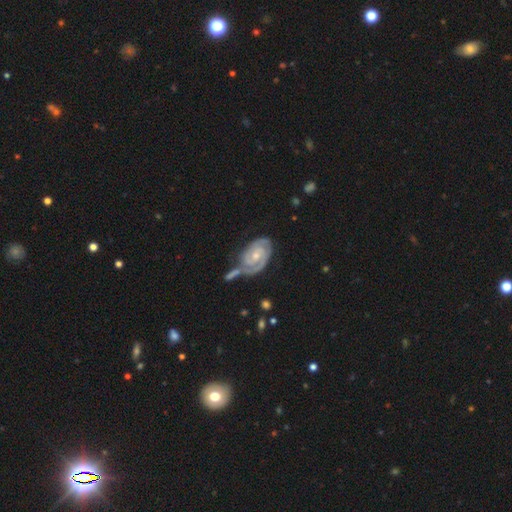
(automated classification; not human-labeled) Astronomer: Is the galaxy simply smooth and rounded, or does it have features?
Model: featured or disk — 88%.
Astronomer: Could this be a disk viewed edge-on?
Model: no — 97%.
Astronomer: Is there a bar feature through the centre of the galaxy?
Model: no — 59%.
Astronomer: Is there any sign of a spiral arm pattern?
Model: yes — 97%.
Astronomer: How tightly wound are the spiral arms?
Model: tight — 71%.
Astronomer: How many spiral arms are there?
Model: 2 — 75%.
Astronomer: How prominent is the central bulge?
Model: small — 53% (runner-up: moderate, 42%).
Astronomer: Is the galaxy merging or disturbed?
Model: none — 50%.